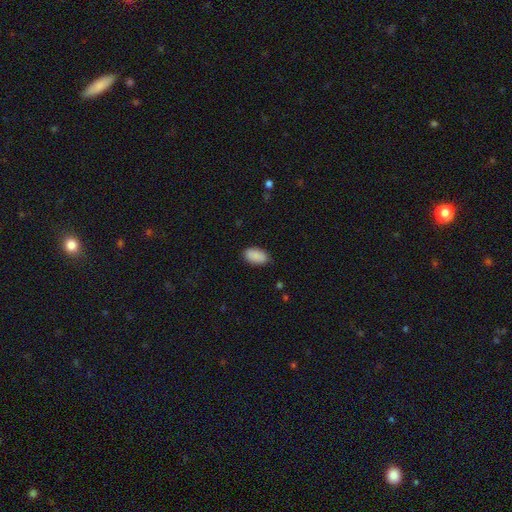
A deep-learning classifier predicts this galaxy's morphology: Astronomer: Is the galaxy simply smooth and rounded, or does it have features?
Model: smooth — 89%.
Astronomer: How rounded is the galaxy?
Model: in between — 94%.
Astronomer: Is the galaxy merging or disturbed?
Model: none — 85%.